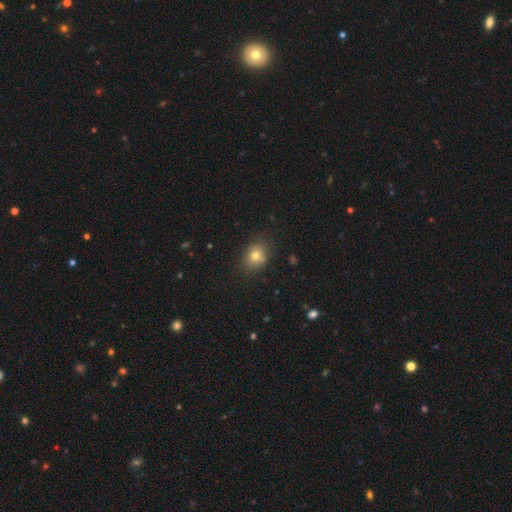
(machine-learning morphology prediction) smooth 75%, star or artifact 13%, featured or disk 12%. Down the decision tree: how rounded — in between (50%); merging — none (79%).